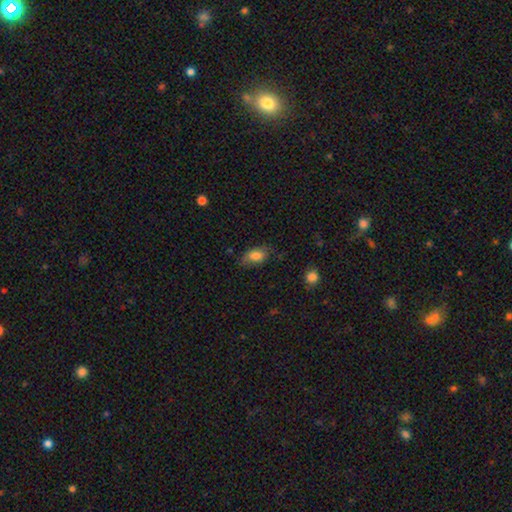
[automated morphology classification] smooth 80%, featured or disk 11%, star or artifact 9%. Down the decision tree: how rounded — in between (87%); merging — none (71%).